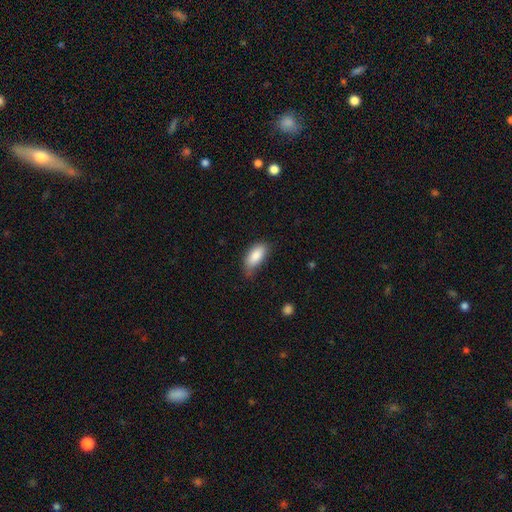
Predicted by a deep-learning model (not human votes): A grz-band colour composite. It shows a smooth galaxy with no disk features (85%) that is in between round and cigar-shaped (87%). Merging: none (64%).